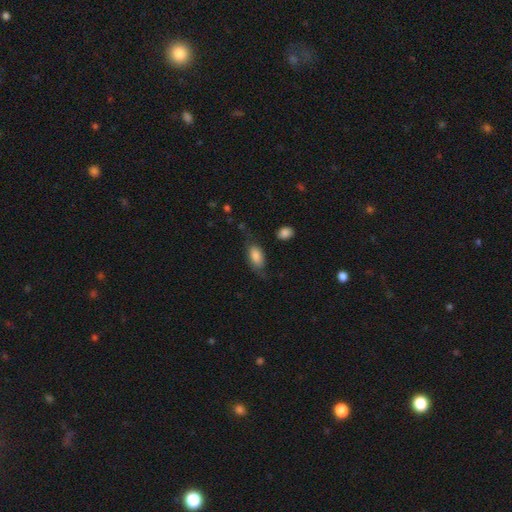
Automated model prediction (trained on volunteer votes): A smooth galaxy with no disk features (77%) that is in between round and cigar-shaped (89%).

Vote fractions:
- Smooth or featured? smooth: 77% / featured or disk: 15% / star or artifact: 7%
- How rounded? in between: 89% / cigar-shaped: 6% / round: 5%
- Merging? none: 55% / minor disturbance: 28% / major disturbance: 14% / merger: 3%